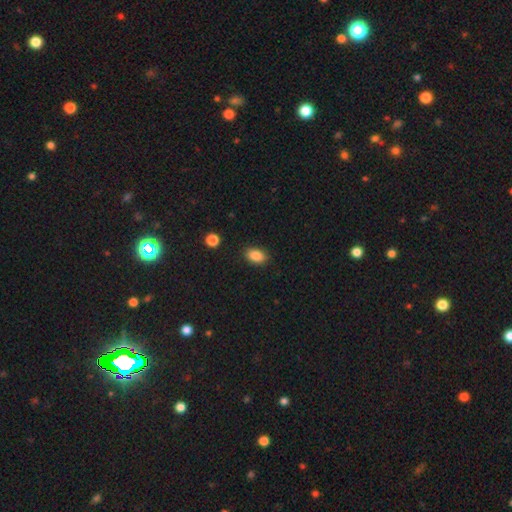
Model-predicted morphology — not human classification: smooth_or_featured: smooth (p=0.87) [alt: star or artifact p=0.09]
how_rounded: in between (p=0.87) [alt: round p=0.11]
merging: none (p=0.88) [alt: minor disturbance p=0.09]